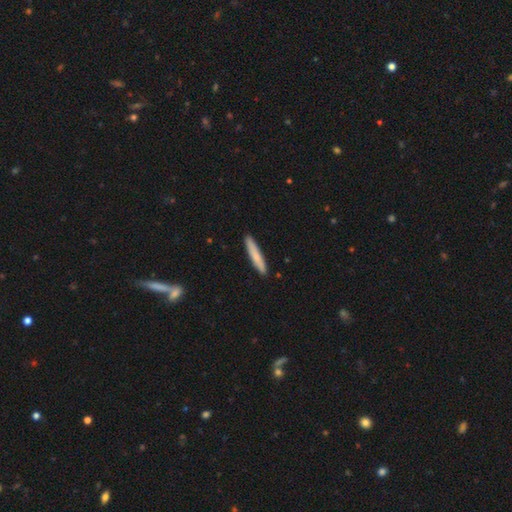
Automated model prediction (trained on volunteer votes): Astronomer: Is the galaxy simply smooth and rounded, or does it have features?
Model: smooth — 76%.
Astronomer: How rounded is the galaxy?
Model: cigar-shaped — 94%.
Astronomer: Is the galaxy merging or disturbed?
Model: none — 91%.